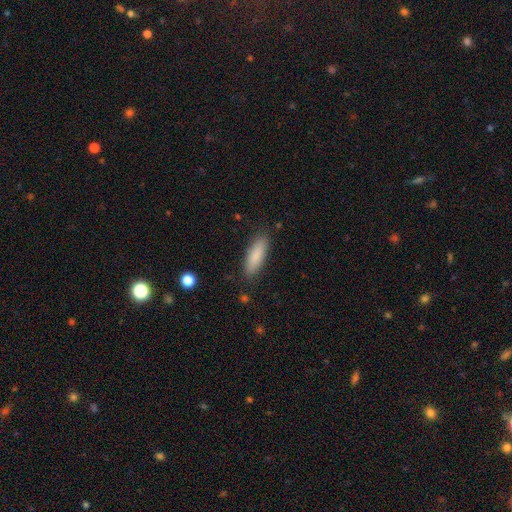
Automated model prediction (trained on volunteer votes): Q: Smooth or featured?
A: smooth (86%); runner-up: featured or disk (8%)
Q: How rounded?
A: in between (49%); tied with: cigar-shaped (49%)
Q: Merging?
A: none (85%); runner-up: minor disturbance (11%)